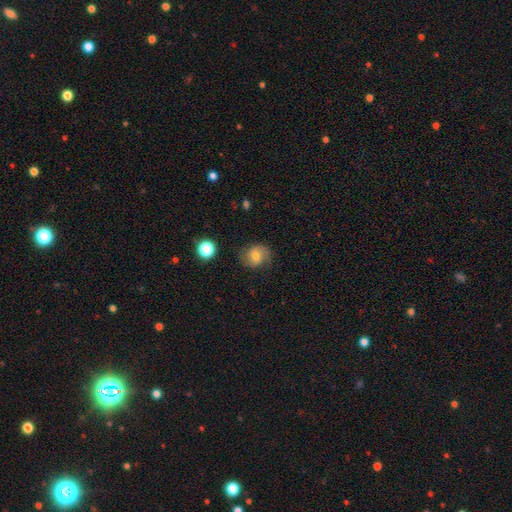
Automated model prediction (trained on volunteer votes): This appears to be a featured or disk galaxy (45%). Merging: none (76%).